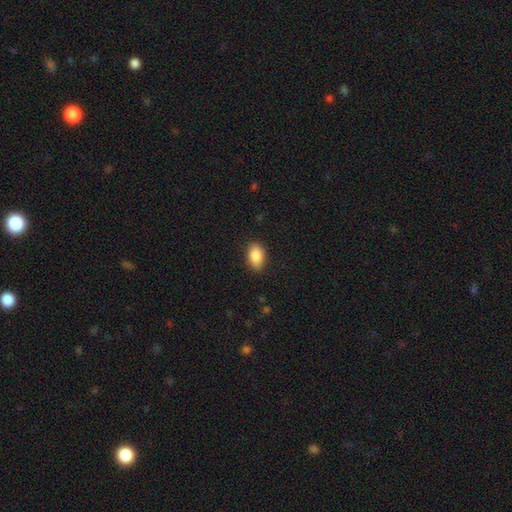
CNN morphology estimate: Smooth or featured? smooth (87%)
How rounded? in between (89%)
Merging? none (87%)